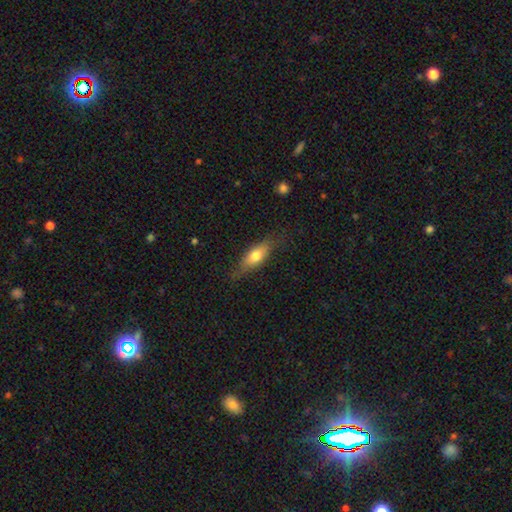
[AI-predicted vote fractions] Smooth or featured? Predicted: smooth (p=0.67). How rounded? Predicted: in between (p=0.66). Merging? Predicted: none (p=0.73).